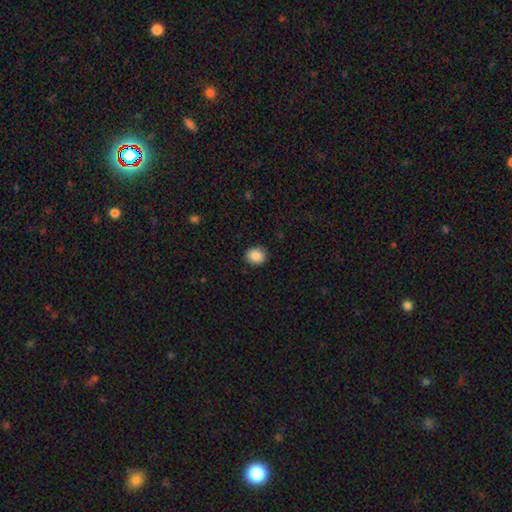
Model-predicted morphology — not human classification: Smooth or featured?
  - smooth: 88% *
  - star or artifact: 9%
  - featured or disk: 4%
How rounded?
  - round: 69% *
  - in between: 30%
  - cigar-shaped: 1%
Merging?
  - none: 90% *
  - minor disturbance: 7%
  - major disturbance: 2%
  - merger: 1%